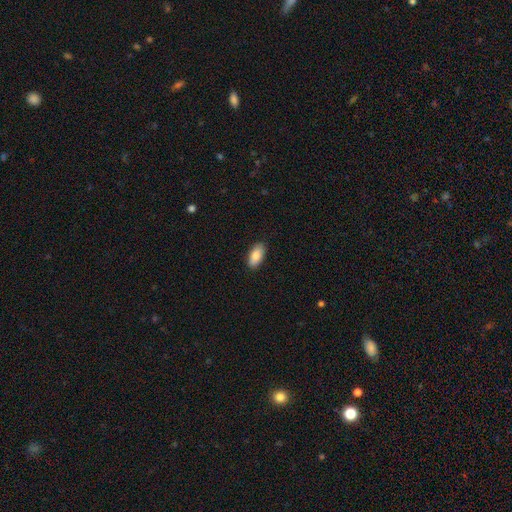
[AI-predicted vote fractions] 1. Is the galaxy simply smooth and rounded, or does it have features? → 84% smooth, 10% featured or disk, 6% star or artifact.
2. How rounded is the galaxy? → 91% in between, 6% cigar-shaped, 3% round.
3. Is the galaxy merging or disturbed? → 89% none, 9% minor disturbance, 2% major disturbance, 1% merger.